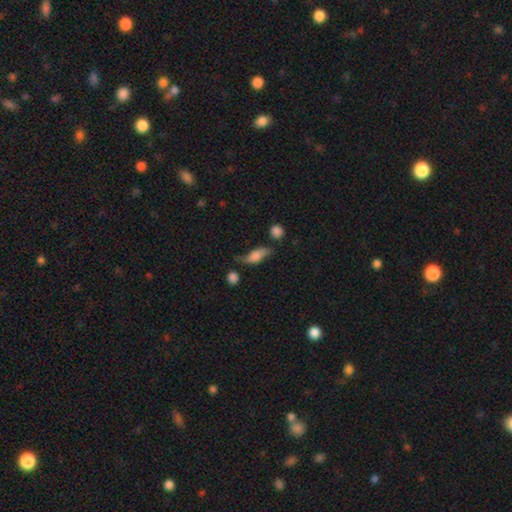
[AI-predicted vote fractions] This is possibly a smooth galaxy (54%). How rounded: likely in between (71%). Merging: possibly none (52%).